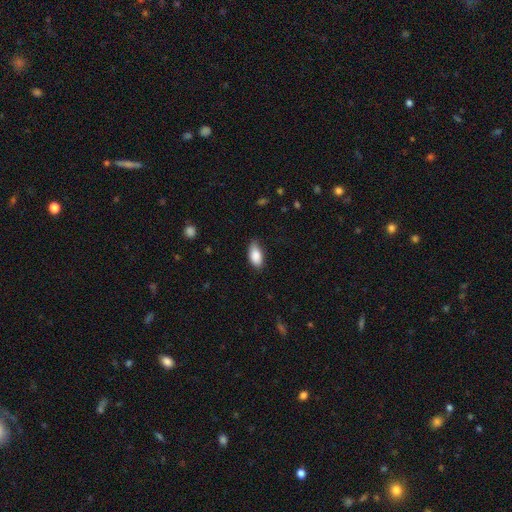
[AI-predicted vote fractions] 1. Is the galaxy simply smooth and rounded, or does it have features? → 87% smooth, 7% star or artifact, 6% featured or disk.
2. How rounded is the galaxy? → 91% in between, 5% cigar-shaped, 3% round.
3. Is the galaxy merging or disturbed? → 72% none, 23% minor disturbance, 4% major disturbance, 1% merger.